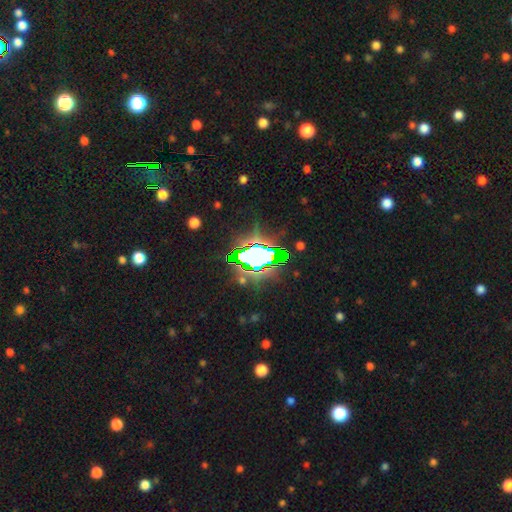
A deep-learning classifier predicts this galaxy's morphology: Smooth or featured? Predicted: star or artifact (p=0.69).